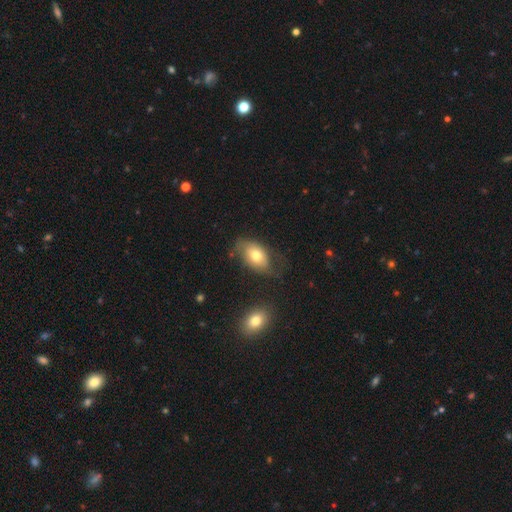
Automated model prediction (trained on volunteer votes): Smooth or featured?
  - smooth: 68% *
  - featured or disk: 24%
  - star or artifact: 8%
How rounded?
  - in between: 86% *
  - round: 13%
  - cigar-shaped: 1%
Merging?
  - none: 54% *
  - minor disturbance: 28%
  - major disturbance: 15%
  - merger: 3%